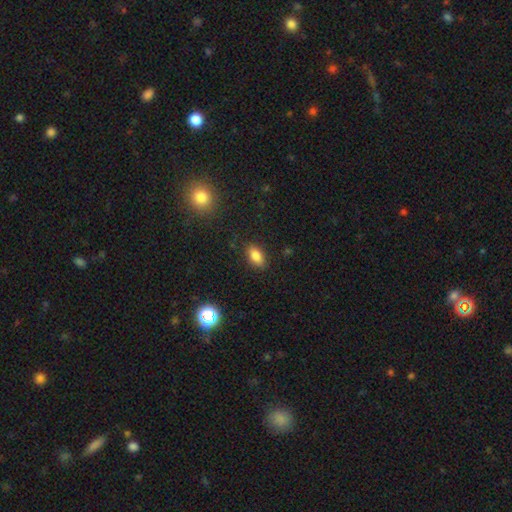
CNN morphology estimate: Smooth or featured: smooth — 82% (star or artifact — 11%)
How rounded: in between — 88% (round — 8%)
Merging: none — 85% (minor disturbance — 11%)